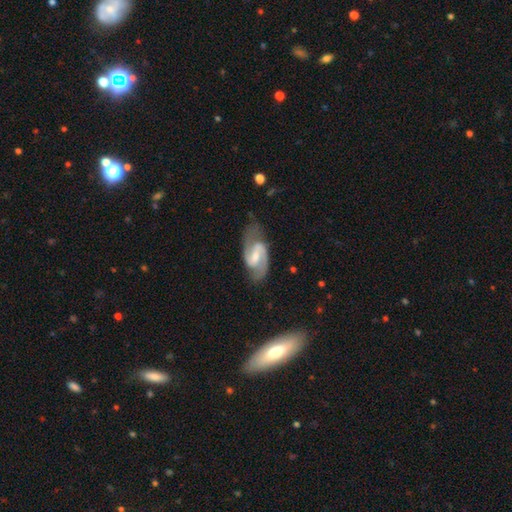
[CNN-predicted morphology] featured or disk 87%, smooth 9%, star or artifact 4%. Down the decision tree: edge-on disk — no (97%); bar — weak (51%); spiral arms — yes (97%); spiral arm count — 2 (92%); spiral winding — medium (58%); bulge size — moderate (44%); merging — none (73%).